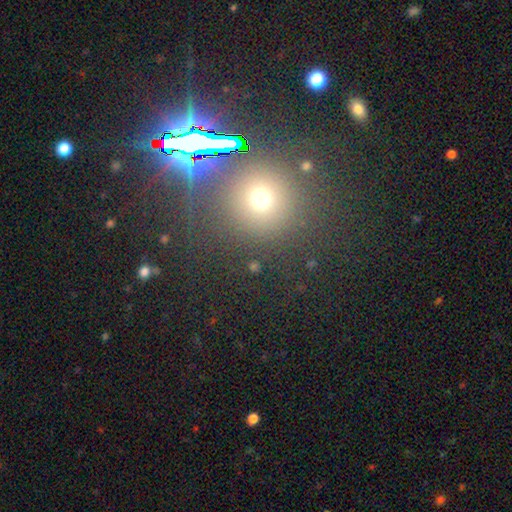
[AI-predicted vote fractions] Overall: star or artifact (53%; smooth 37%).